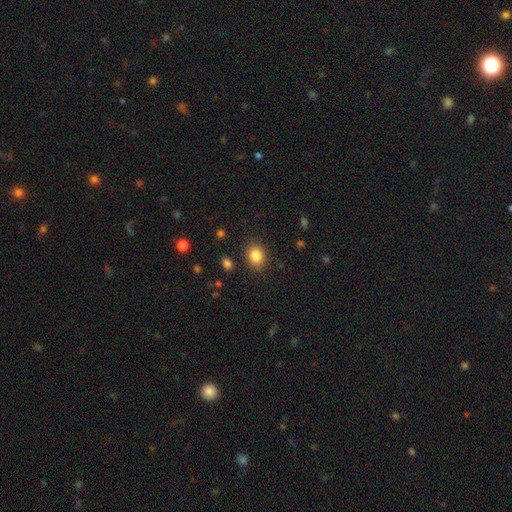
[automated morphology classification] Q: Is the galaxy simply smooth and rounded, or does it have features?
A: smooth — 85%.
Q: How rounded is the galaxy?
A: round — 59%.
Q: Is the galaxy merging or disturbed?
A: none — 87%.